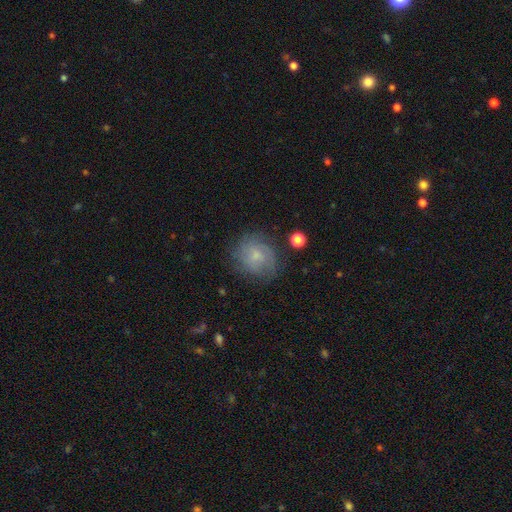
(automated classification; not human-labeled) smooth_or_featured: smooth (p=0.55) [alt: featured or disk p=0.35]
how_rounded: round (p=0.79) [alt: in between p=0.20]
merging: none (p=0.69) [alt: minor disturbance p=0.20]